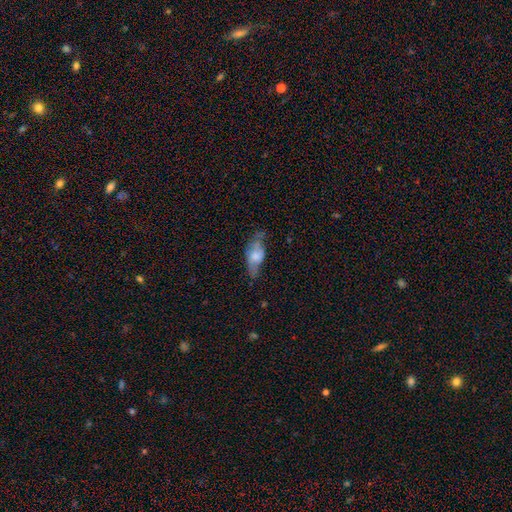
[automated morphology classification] Overall: smooth (56%; featured or disk 37%). How rounded: in between (81%). Merging: none (53%; minor disturbance 31%).